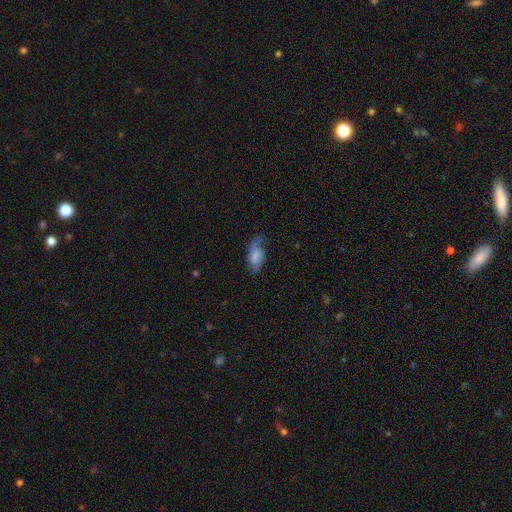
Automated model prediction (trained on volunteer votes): The model was most divided on "smooth or featured": smooth: 57%, featured or disk: 35%, star or artifact: 8%. More confident: how rounded — in between (89%); merging — none (54%).